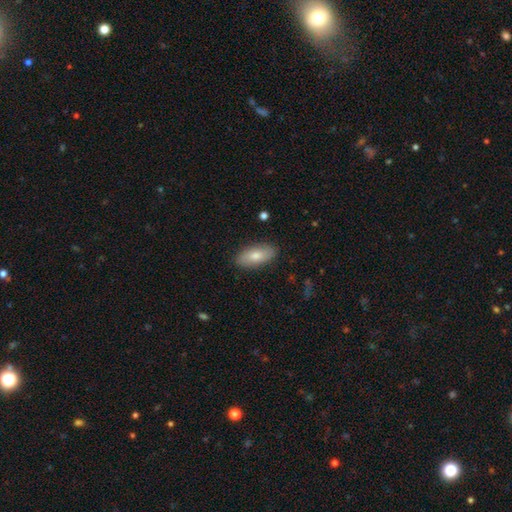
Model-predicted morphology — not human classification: A smooth galaxy with no disk features (77%) that is in between round and cigar-shaped (86%). Merging: none (87%).